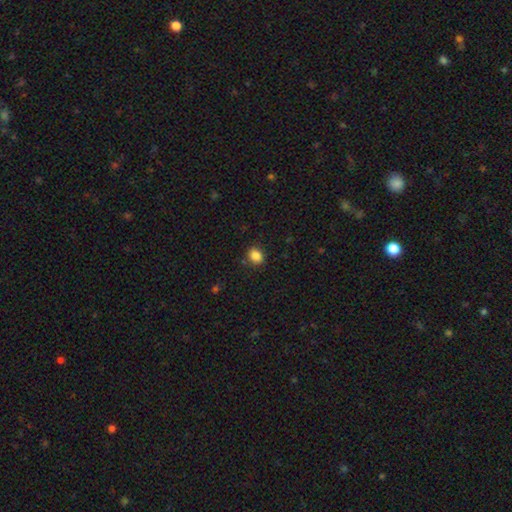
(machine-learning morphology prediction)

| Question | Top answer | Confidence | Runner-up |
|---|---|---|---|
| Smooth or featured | smooth | 86% | star or artifact (10%) |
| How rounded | round | 52% | in between (47%) |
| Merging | none | 84% | minor disturbance (11%) |